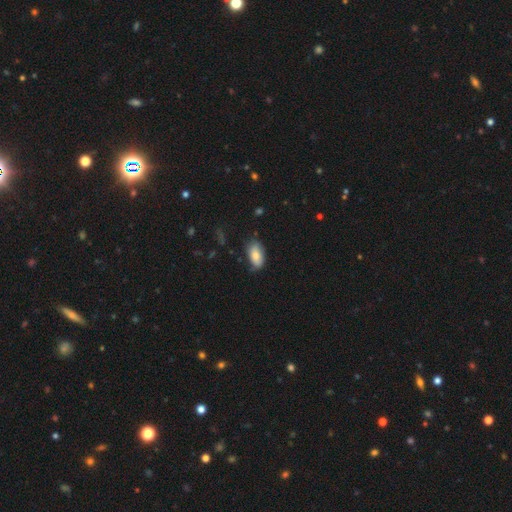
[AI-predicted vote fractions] This appears to be a smooth galaxy with no disk features (78%) that is in between round and cigar-shaped (93%). Merging: none (69%).